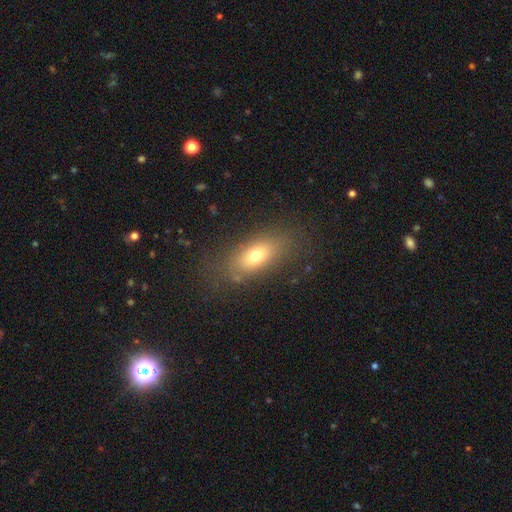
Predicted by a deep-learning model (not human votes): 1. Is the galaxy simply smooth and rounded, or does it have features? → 70% smooth, 19% featured or disk, 11% star or artifact.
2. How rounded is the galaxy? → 78% in between, 14% cigar-shaped, 7% round.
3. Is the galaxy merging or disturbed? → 79% none, 13% minor disturbance, 7% major disturbance, 2% merger.